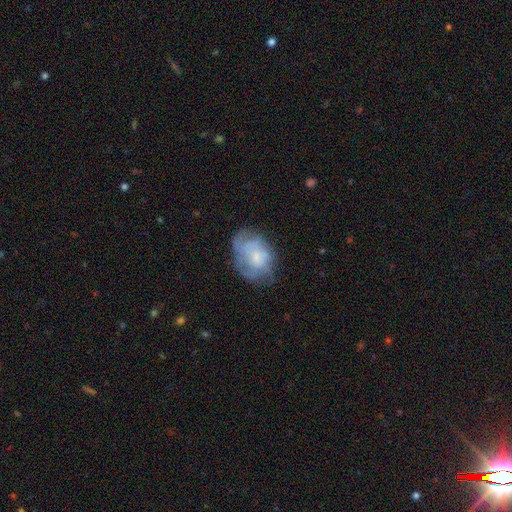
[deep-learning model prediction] Q: Smooth or featured?
A: featured or disk (49%); runner-up: smooth (42%)
Q: Merging?
A: none (51%); runner-up: minor disturbance (29%)